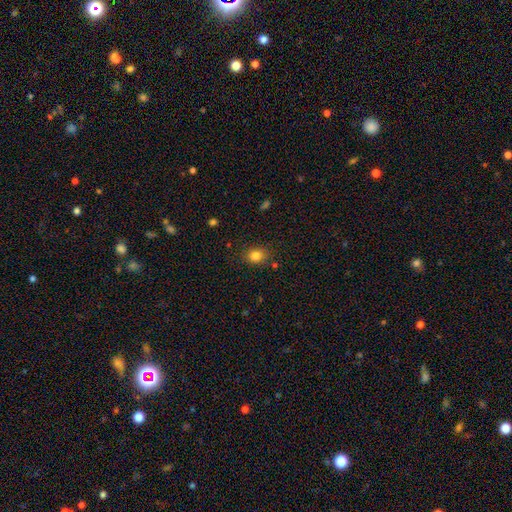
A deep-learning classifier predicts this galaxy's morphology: Smooth or featured? Predicted: smooth (p=0.83). How rounded? Predicted: in between (p=0.50). Merging? Predicted: none (p=0.82).